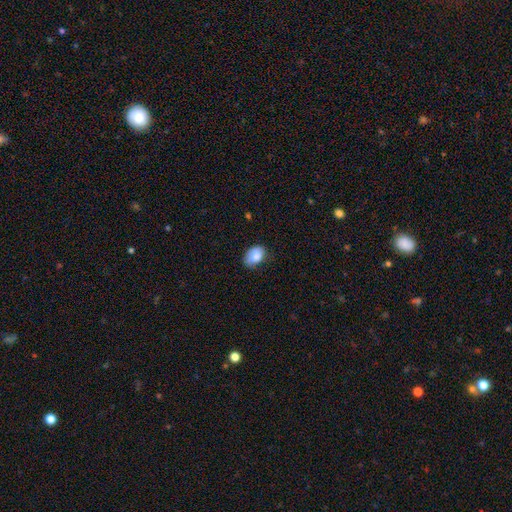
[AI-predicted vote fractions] The model was most divided on "merging": none: 61%, minor disturbance: 31%, major disturbance: 7%, merger: 1%. More confident: how rounded — in between (84%); smooth or featured — smooth (83%).